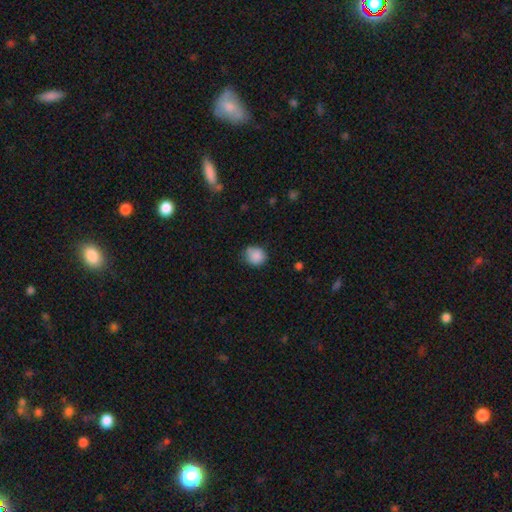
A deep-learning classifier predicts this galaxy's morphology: smooth_or_featured: smooth (p=0.87) [alt: star or artifact p=0.09]
how_rounded: round (p=0.78) [alt: in between p=0.21]
merging: none (p=0.69) [alt: minor disturbance p=0.24]